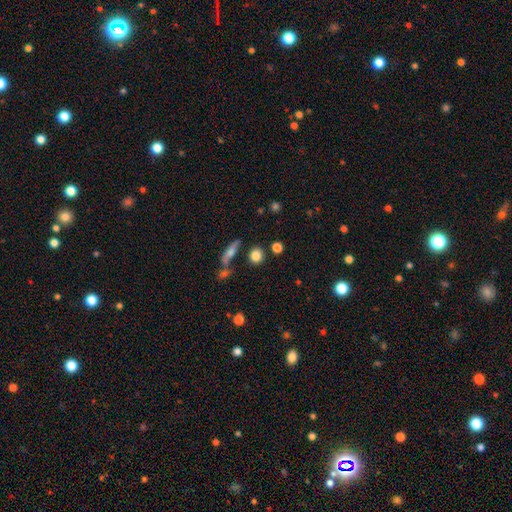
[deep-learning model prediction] Overall: smooth (81%). How rounded: round (83%). Merging: none (78%).